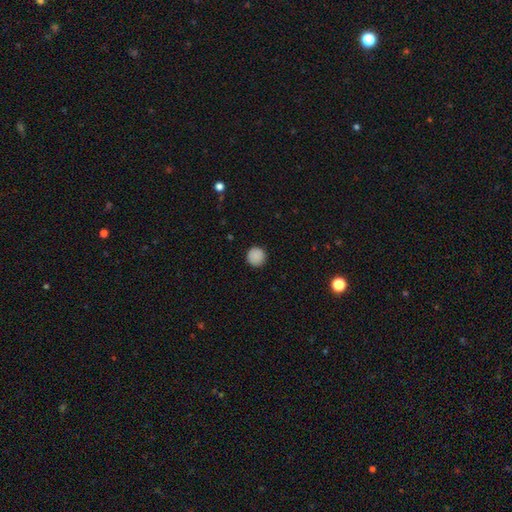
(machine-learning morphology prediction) The model was most divided on "smooth or featured": smooth: 88%, star or artifact: 8%, featured or disk: 4%. More confident: how rounded — round (95%); merging — none (91%).